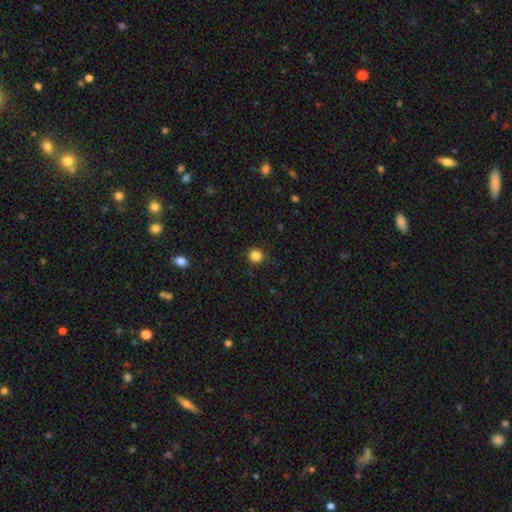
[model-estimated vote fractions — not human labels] Morphology: type=smooth (84%); roundness=round (94%); merging=none (91%).